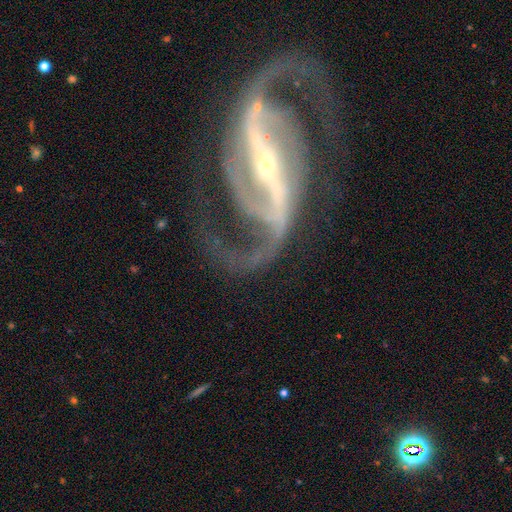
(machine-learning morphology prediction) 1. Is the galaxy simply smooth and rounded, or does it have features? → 91% featured or disk, 6% star or artifact, 3% smooth.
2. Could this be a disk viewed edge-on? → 95% no, 5% yes.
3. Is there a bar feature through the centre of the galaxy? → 77% strong, 15% weak, 8% no.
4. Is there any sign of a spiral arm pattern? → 95% yes, 5% no.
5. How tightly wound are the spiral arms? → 46% loose, 41% medium, 13% tight.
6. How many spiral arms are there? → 84% 2, 5% 1, 4% can't tell, 3% 3, 2% 4, 2% more than 4.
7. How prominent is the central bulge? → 81% small, 14% moderate, 2% none, 2% large, 1% dominant.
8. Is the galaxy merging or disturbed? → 53% none, 27% major disturbance, 15% minor disturbance, 5% merger.